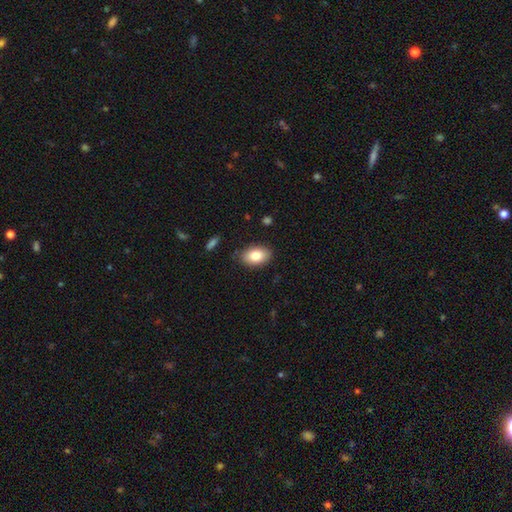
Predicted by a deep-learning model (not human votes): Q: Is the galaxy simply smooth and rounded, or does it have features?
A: smooth — 81%.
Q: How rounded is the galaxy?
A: in between — 90%.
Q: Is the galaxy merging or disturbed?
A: none — 86%.